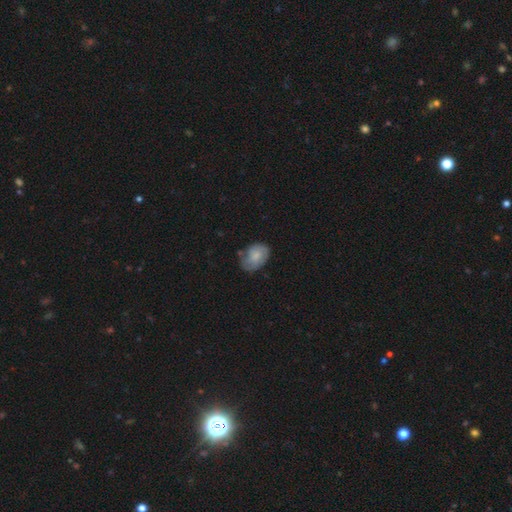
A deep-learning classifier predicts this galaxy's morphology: This is likely a smooth galaxy (64%). How rounded: clearly in between (80%). Merging: possibly none (56%).